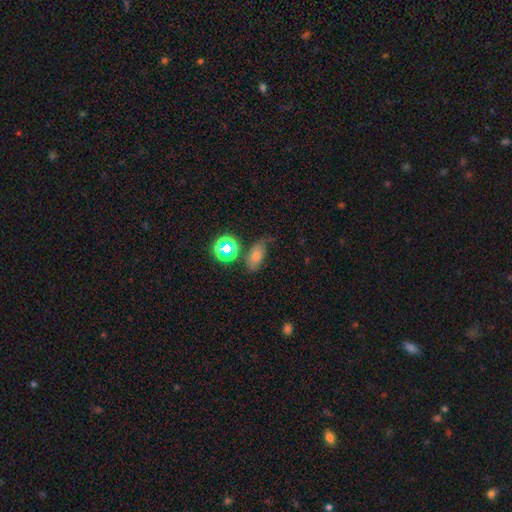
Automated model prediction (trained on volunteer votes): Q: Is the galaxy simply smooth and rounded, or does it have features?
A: smooth — 50%.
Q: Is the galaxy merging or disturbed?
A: none — 54%.